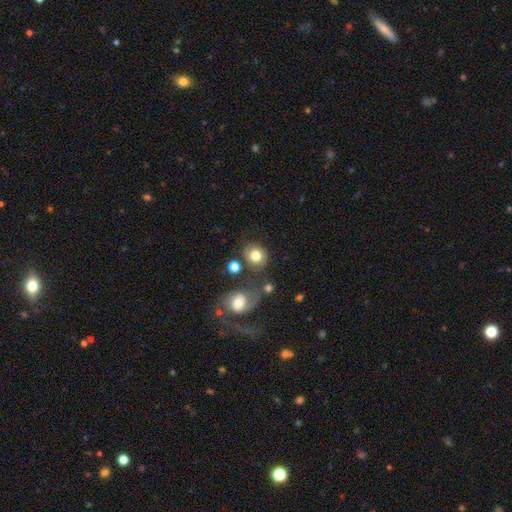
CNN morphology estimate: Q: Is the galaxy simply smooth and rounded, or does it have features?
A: smooth — 73%.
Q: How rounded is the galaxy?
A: round — 76%.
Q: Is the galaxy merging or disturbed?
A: none — 64%.